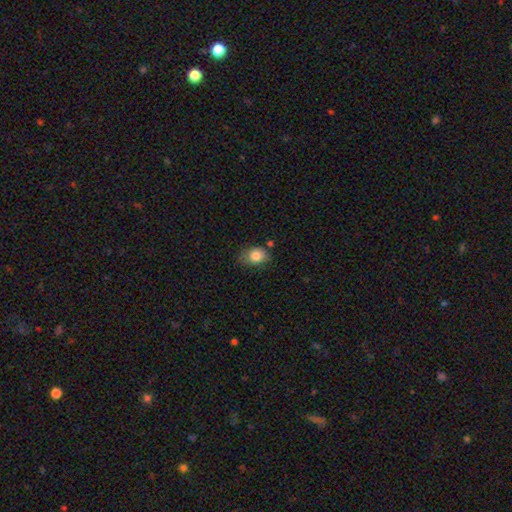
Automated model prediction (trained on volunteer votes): Smooth or featured: smooth — 82% (star or artifact — 9%)
How rounded: in between — 65% (round — 34%)
Merging: none — 65% (minor disturbance — 25%)